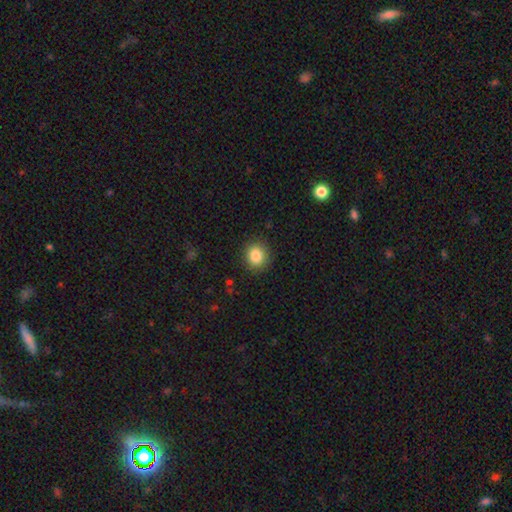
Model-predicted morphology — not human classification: smooth_or_featured: smooth (p=0.85) [alt: star or artifact p=0.10]
how_rounded: round (p=0.73) [alt: in between p=0.27]
merging: none (p=0.88) [alt: minor disturbance p=0.08]